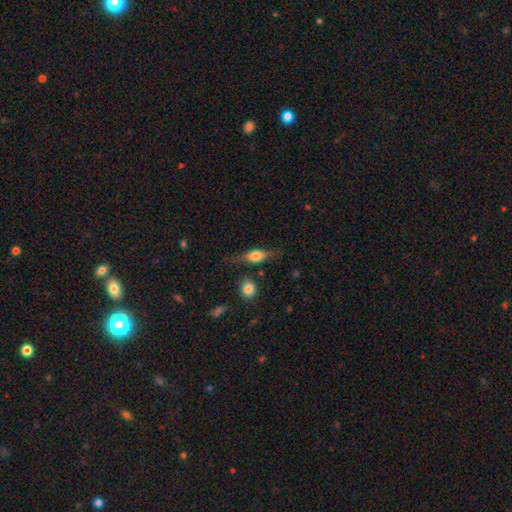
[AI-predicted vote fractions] smooth-or-featured: featured or disk: 50% | smooth: 42% | star or artifact: 7%
  disk-edge-on: yes: 88% | no: 12%
  merging: none: 68% | minor disturbance: 19% | major disturbance: 9% | merger: 4%